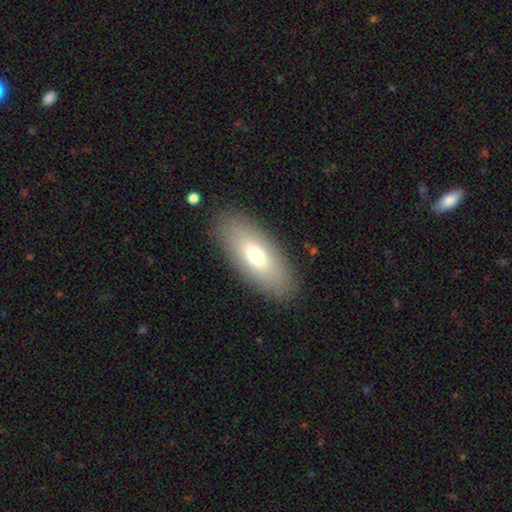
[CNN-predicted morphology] Smooth or featured?
  - smooth: 70% *
  - featured or disk: 23%
  - star or artifact: 7%
How rounded?
  - in between: 82% *
  - cigar-shaped: 15%
  - round: 3%
Merging?
  - none: 88% *
  - minor disturbance: 8%
  - major disturbance: 3%
  - merger: 1%